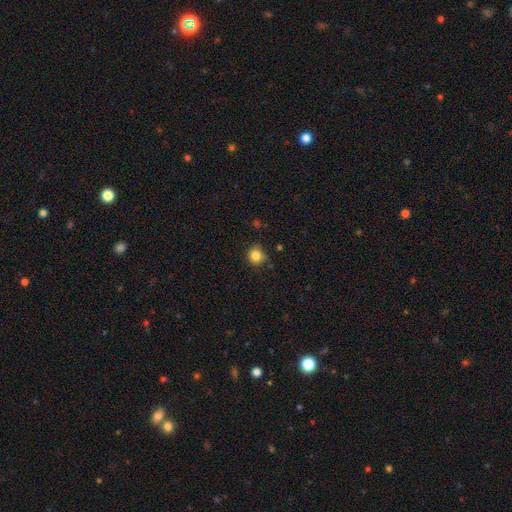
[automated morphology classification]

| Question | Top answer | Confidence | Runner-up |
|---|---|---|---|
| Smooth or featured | smooth | 83% | star or artifact (11%) |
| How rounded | round | 89% | in between (10%) |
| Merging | none | 77% | minor disturbance (17%) |